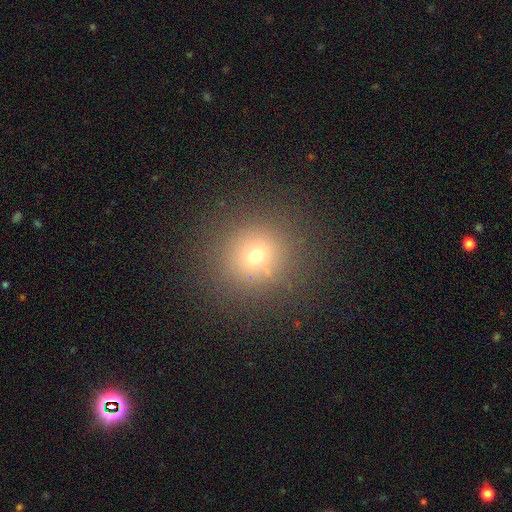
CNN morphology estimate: Q: Smooth or featured?
A: smooth (67%); runner-up: star or artifact (22%)
Q: How rounded?
A: round (91%); runner-up: in between (8%)
Q: Merging?
A: none (88%); runner-up: minor disturbance (7%)